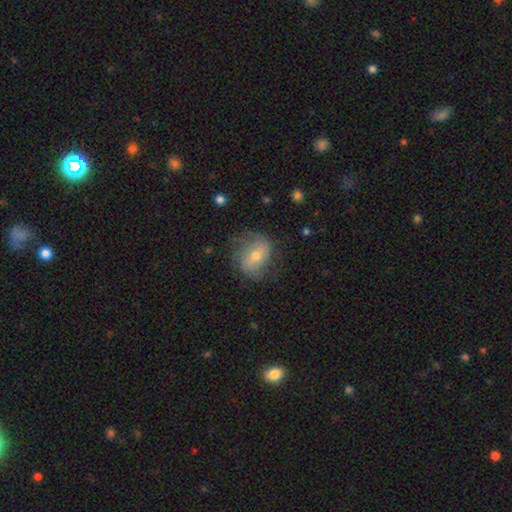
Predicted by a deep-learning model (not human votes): Overall: smooth (50%; featured or disk 42%). Merging: none (62%; minor disturbance 24%).